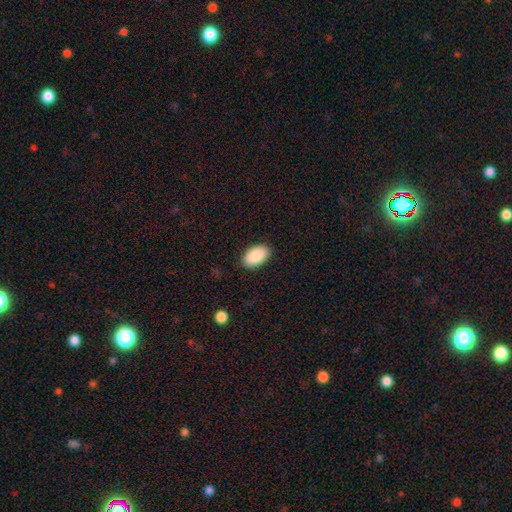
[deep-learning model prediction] Overall: smooth (90%). How rounded: in between (95%). Merging: none (88%).